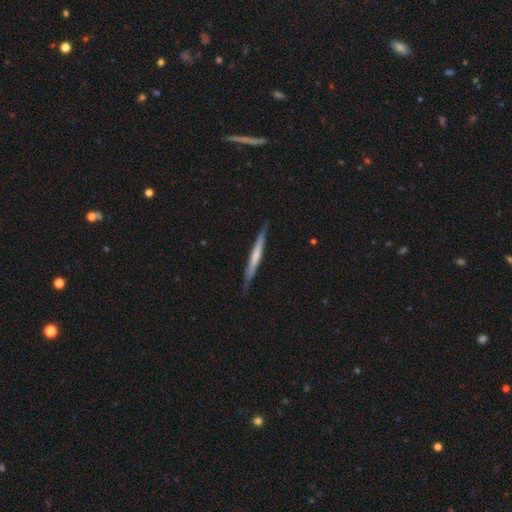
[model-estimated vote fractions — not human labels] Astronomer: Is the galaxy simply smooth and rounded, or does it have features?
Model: featured or disk — 47%, tied with smooth at 47%.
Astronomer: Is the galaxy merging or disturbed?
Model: none — 84%.